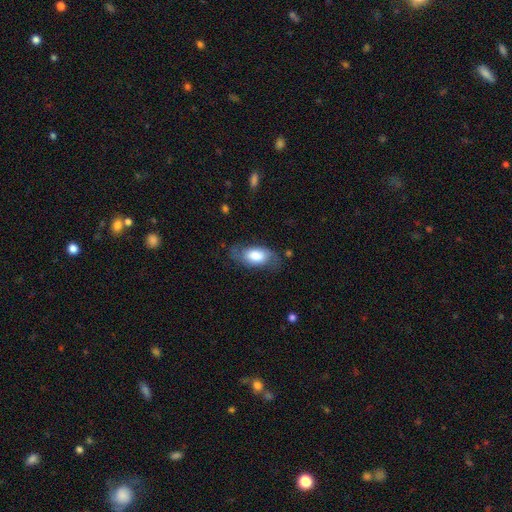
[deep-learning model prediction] Overall: smooth (58%; featured or disk 35%). How rounded: in between (91%). Merging: none (63%; minor disturbance 24%).